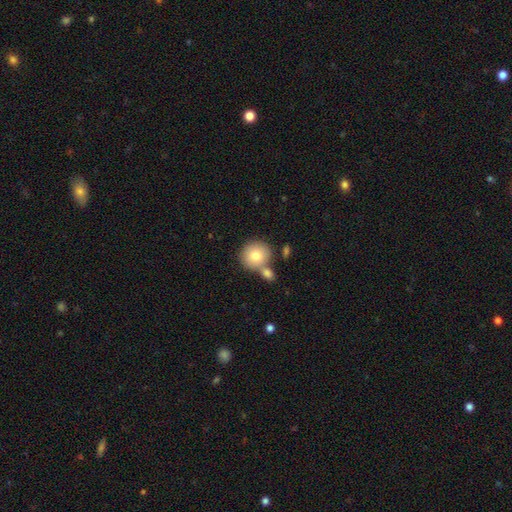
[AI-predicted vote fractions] This appears to be a smooth galaxy with no disk features (78%) that is round (88%). Merging: none (59%).